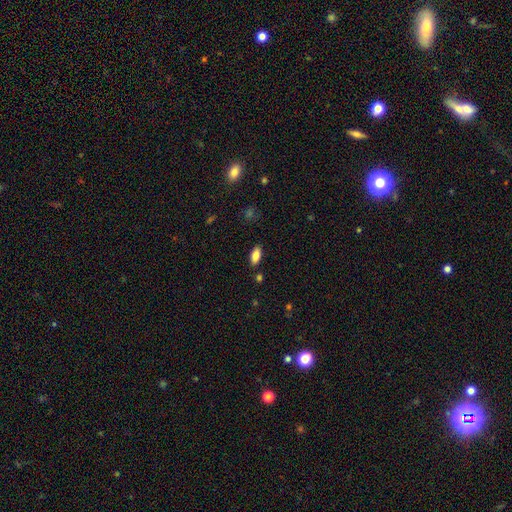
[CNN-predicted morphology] smooth-or-featured: smooth: 84% | featured or disk: 8% | star or artifact: 8%
  how-rounded: in between: 88% | cigar-shaped: 10% | round: 2%
  merging: none: 86% | minor disturbance: 10% | major disturbance: 2% | merger: 2%